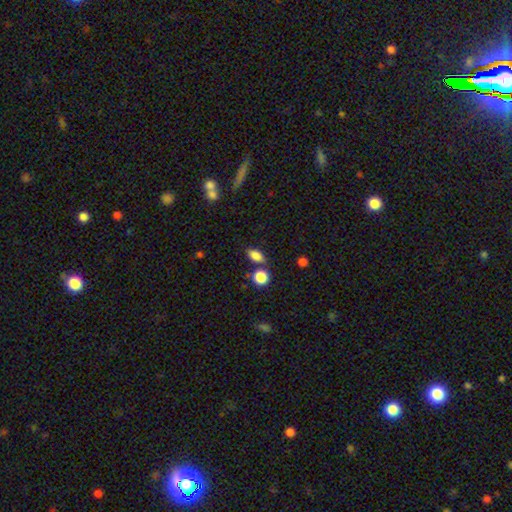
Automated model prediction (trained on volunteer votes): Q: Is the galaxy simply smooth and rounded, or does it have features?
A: smooth — 83%.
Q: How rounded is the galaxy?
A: in between — 80%.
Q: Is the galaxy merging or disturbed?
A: none — 74%.